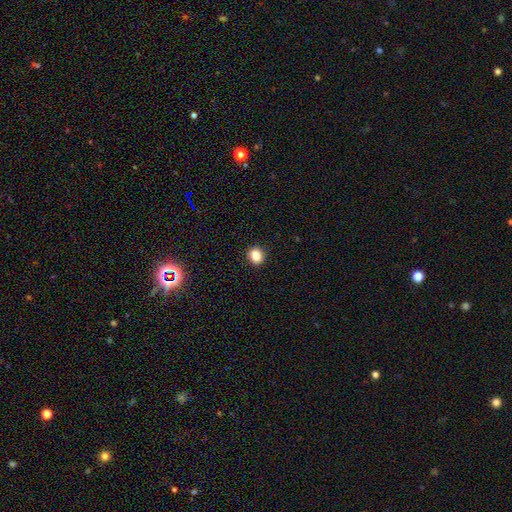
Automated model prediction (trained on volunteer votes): A smooth galaxy with no disk features (85%) that is round (71%).

Vote fractions:
- Smooth or featured? smooth: 85% / star or artifact: 11% / featured or disk: 4%
- How rounded? round: 71% / in between: 28% / cigar-shaped: 1%
- Merging? none: 91% / minor disturbance: 6% / major disturbance: 2% / merger: 1%